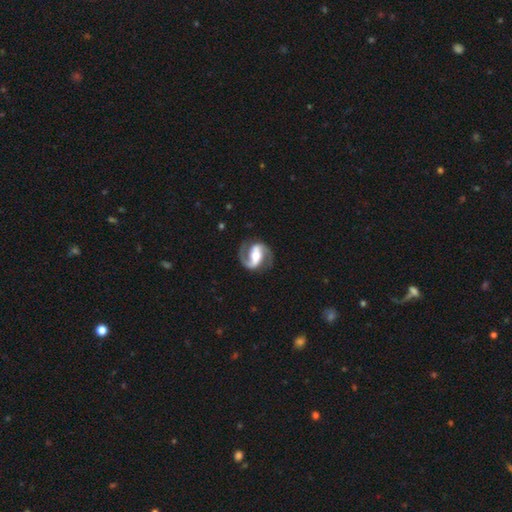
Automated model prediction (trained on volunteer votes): smooth-or-featured: featured or disk: 90% | smooth: 6% | star or artifact: 4%
  disk-edge-on: no: 97% | yes: 3%
    bar: strong: 53% | weak: 28% | no: 19%
    has-spiral-arms: yes: 97% | no: 3%
      spiral-winding: medium: 57% | tight: 23% | loose: 21%
      spiral-arm-count: 2: 92% | 1: 3% | can't tell: 2% | 3: 1% | 4: 1% | more than 4: 1%
    bulge-size: moderate: 64% | small: 17% | large: 16% | none: 2% | dominant: 2%
  merging: none: 81% | minor disturbance: 12% | major disturbance: 6% | merger: 1%